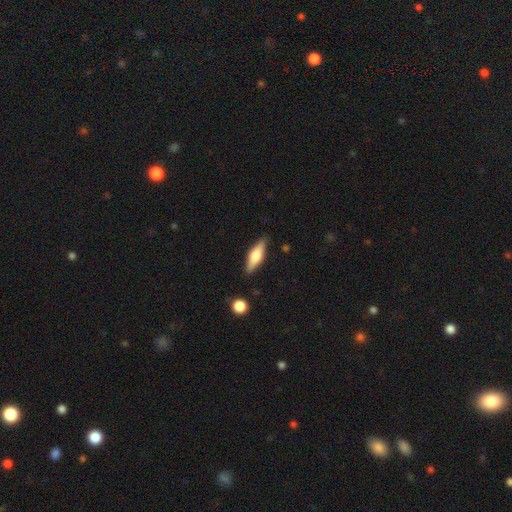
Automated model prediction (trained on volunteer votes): Morphology: type=smooth (50%); roundness=cigar-shaped (50%); merging=none (86%).